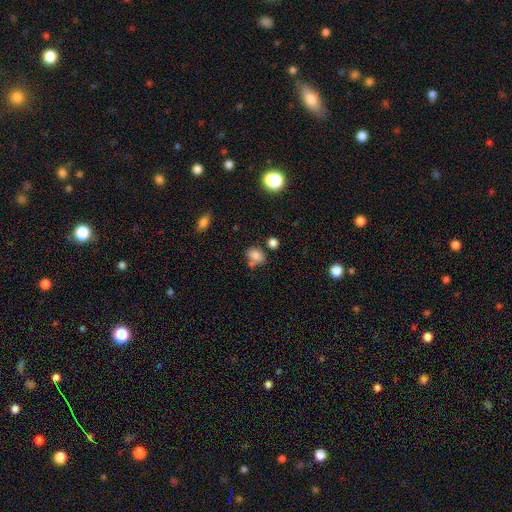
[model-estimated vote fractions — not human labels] smooth_or_featured: smooth (p=0.78) [alt: star or artifact p=0.12]
how_rounded: in between (p=0.58) [alt: round p=0.40]
merging: none (p=0.55) [alt: merger p=0.22]